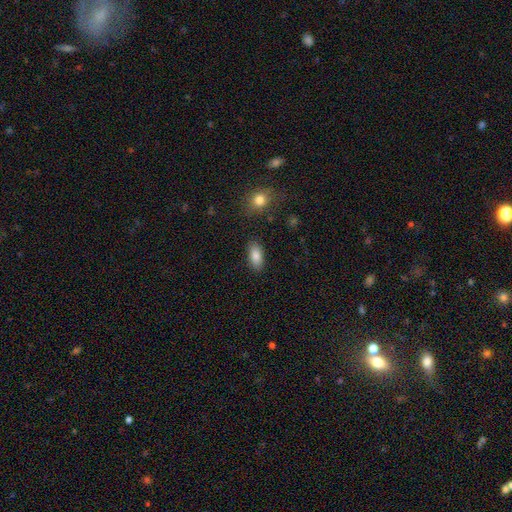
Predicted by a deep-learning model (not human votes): A smooth galaxy with no disk features (86%) that is in between round and cigar-shaped (91%). Merging: none (86%).